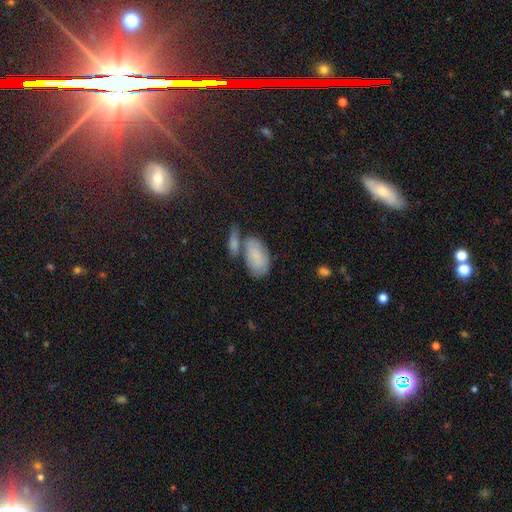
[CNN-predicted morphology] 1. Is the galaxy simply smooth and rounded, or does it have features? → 71% smooth, 19% featured or disk, 9% star or artifact.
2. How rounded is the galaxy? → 92% in between, 4% cigar-shaped, 4% round.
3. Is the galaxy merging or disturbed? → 46% none, 30% merger, 18% minor disturbance, 7% major disturbance.